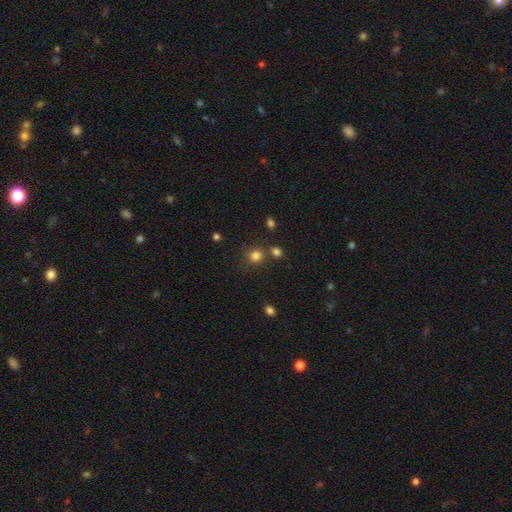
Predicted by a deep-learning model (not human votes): Smooth or featured: smooth — 79% (star or artifact — 15%)
How rounded: round — 83% (in between — 16%)
Merging: none — 71% (merger — 15%)